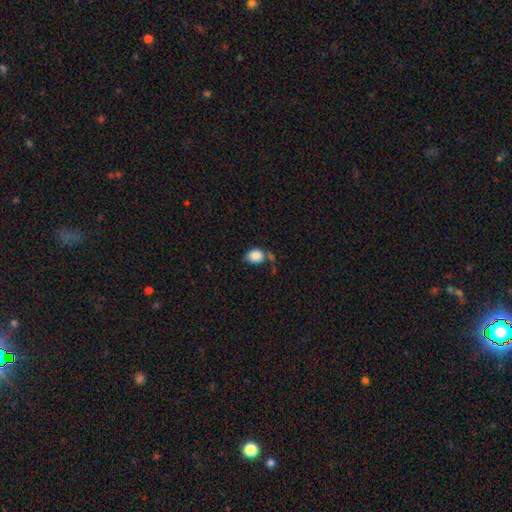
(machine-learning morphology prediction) smooth_or_featured: smooth (p=0.86) [alt: star or artifact p=0.08]
how_rounded: round (p=0.49) [tied with: in between p=0.49]
merging: none (p=0.52) [alt: minor disturbance p=0.24]